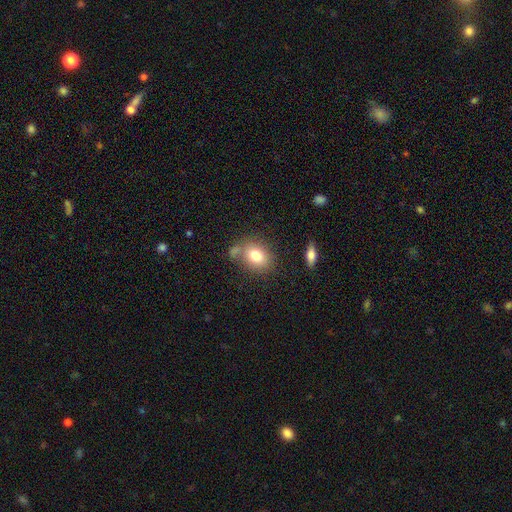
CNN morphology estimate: Smooth or featured?
  - smooth: 78% *
  - featured or disk: 12%
  - star or artifact: 10%
How rounded?
  - in between: 61% *
  - round: 37%
  - cigar-shaped: 1%
Merging?
  - none: 62% *
  - minor disturbance: 17%
  - merger: 15%
  - major disturbance: 6%